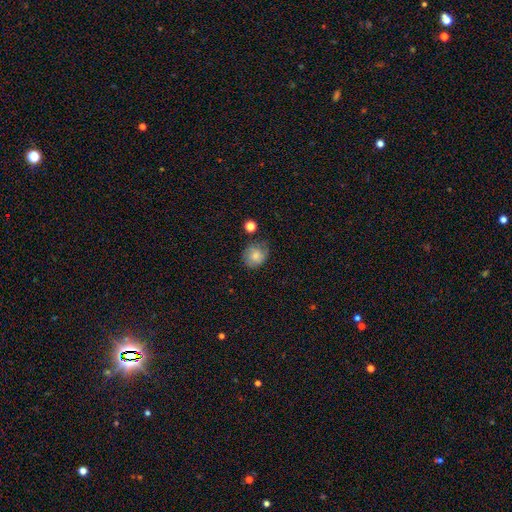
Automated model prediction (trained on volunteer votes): smooth-or-featured: smooth: 75% | featured or disk: 16% | star or artifact: 9%
  how-rounded: round: 72% | in between: 27% | cigar-shaped: 1%
  merging: none: 61% | minor disturbance: 27% | major disturbance: 8% | merger: 4%